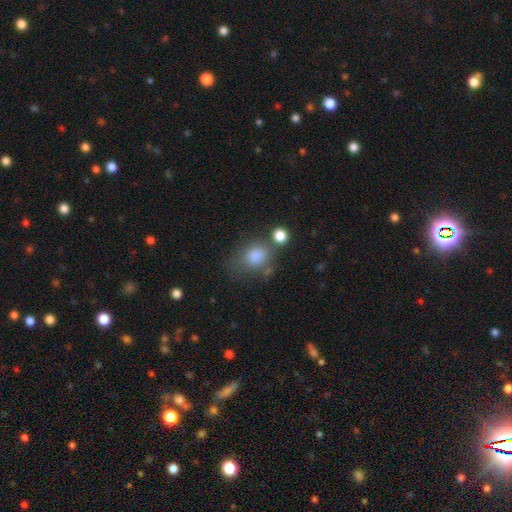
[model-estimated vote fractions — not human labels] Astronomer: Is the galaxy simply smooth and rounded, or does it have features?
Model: smooth — 80%.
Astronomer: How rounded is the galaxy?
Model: round — 55% (runner-up: in between, 44%).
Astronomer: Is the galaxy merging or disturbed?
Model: none — 53%.